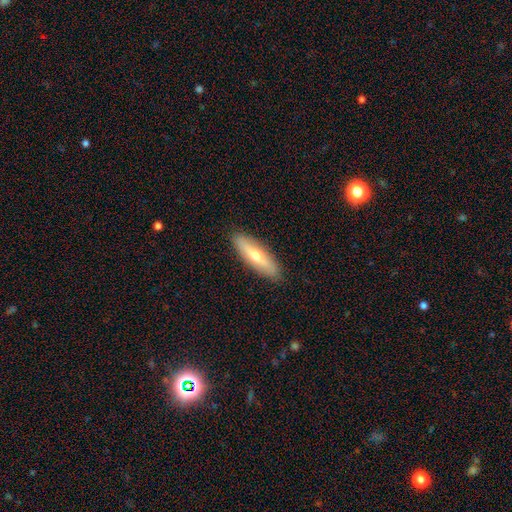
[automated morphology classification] This is possibly a smooth galaxy (54%). How rounded: possibly cigar-shaped (55%). Merging: clearly none (89%).